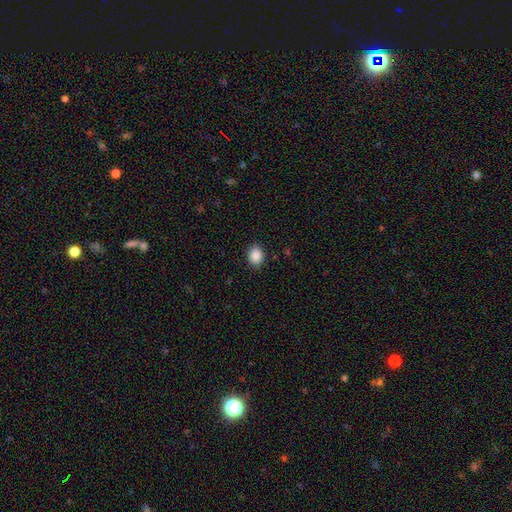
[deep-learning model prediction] smooth-or-featured: smooth: 88% | star or artifact: 9% | featured or disk: 3%
  how-rounded: in between: 50% | round: 49% | cigar-shaped: 1%
  merging: none: 87% | minor disturbance: 9% | major disturbance: 2% | merger: 1%